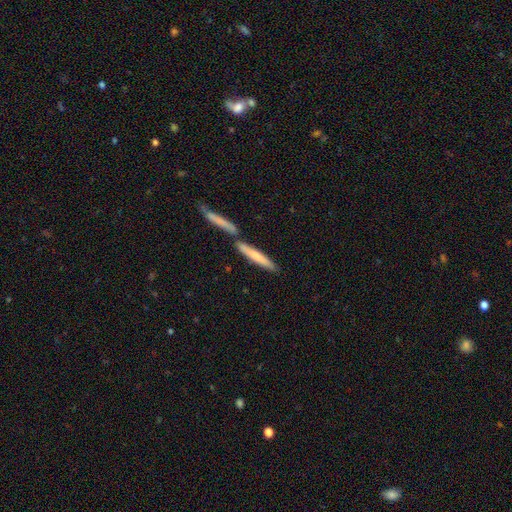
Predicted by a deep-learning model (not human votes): Smooth or featured: smooth — 67% (featured or disk — 27%)
How rounded: cigar-shaped — 92% (in between — 6%)
Merging: none — 60% (merger — 27%)